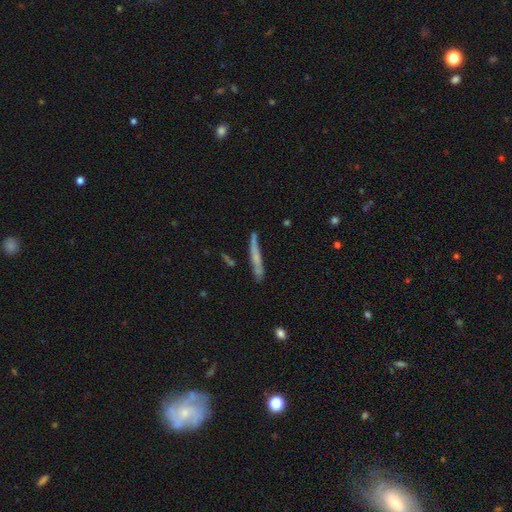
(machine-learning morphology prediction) Overall: smooth (47%; featured or disk 44%). Merging: none (73%).